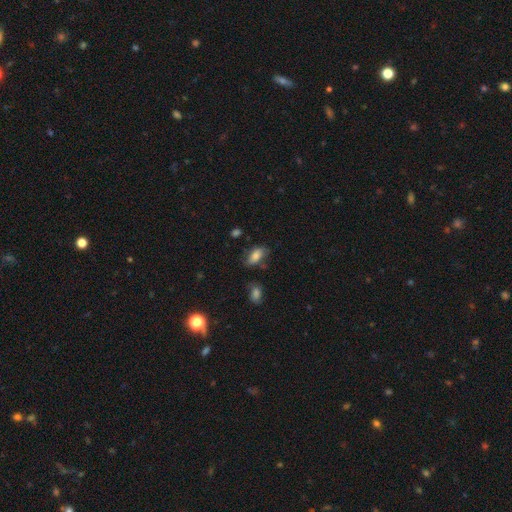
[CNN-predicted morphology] smooth 75%, featured or disk 16%, star or artifact 9%. Down the decision tree: how rounded — in between (89%); merging — none (64%).